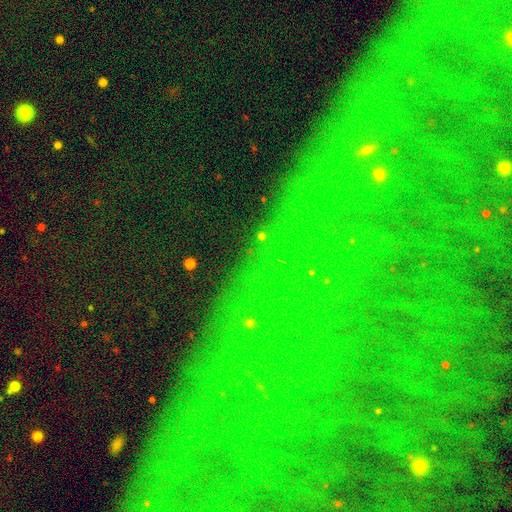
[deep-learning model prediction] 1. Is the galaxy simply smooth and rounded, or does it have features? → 84% star or artifact, 9% featured or disk, 8% smooth.